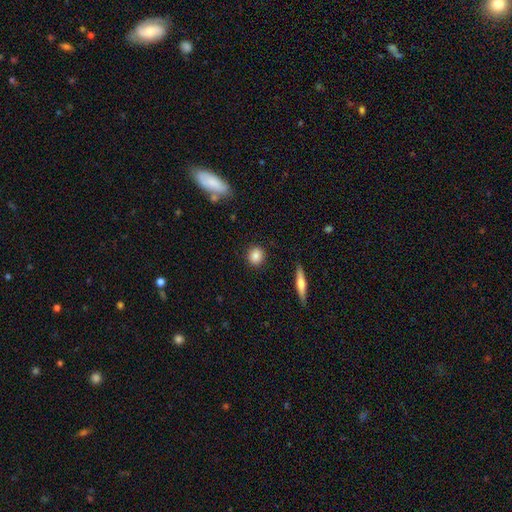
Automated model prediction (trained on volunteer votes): smooth-or-featured: smooth: 84% | star or artifact: 8% | featured or disk: 8%
  how-rounded: round: 83% | in between: 15% | cigar-shaped: 2%
  merging: none: 90% | minor disturbance: 6% | major disturbance: 2% | merger: 2%